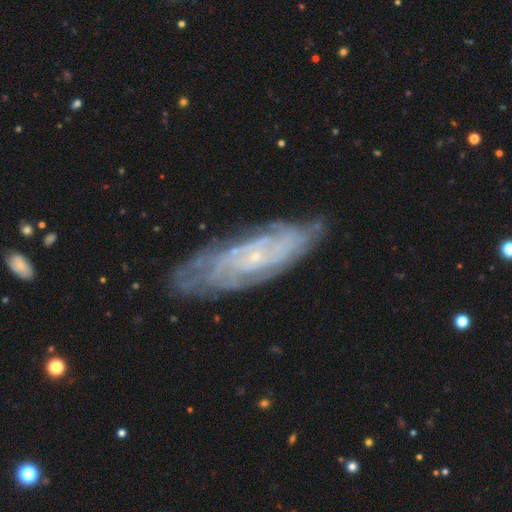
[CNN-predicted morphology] Smooth or featured?
  - featured or disk: 83% *
  - smooth: 10%
  - star or artifact: 7%
Edge-on disk?
  - no: 88% *
  - yes: 12%
Bar?
  - no: 66% *
  - weak: 27%
  - strong: 7%
Spiral arms?
  - yes: 95% *
  - no: 5%
Spiral winding?
  - tight: 71% *
  - medium: 23%
  - loose: 5%
Spiral arm count?
  - can't tell: 41% *
  - 2: 20%
  - 3: 13%
  - 4: 13%
  - more than 4: 8%
  - 1: 6%
Bulge size?
  - small: 85% *
  - moderate: 10%
  - none: 4%
  - large: 1%
  - dominant: 1%
Merging?
  - none: 77% *
  - minor disturbance: 17%
  - major disturbance: 5%
  - merger: 2%